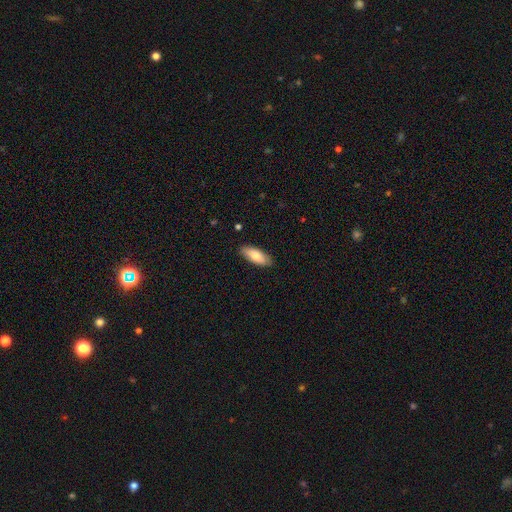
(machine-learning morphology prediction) smooth-or-featured: smooth: 79% | featured or disk: 15% | star or artifact: 6%
  how-rounded: in between: 76% | cigar-shaped: 22% | round: 2%
  merging: none: 87% | minor disturbance: 10% | major disturbance: 2% | merger: 1%